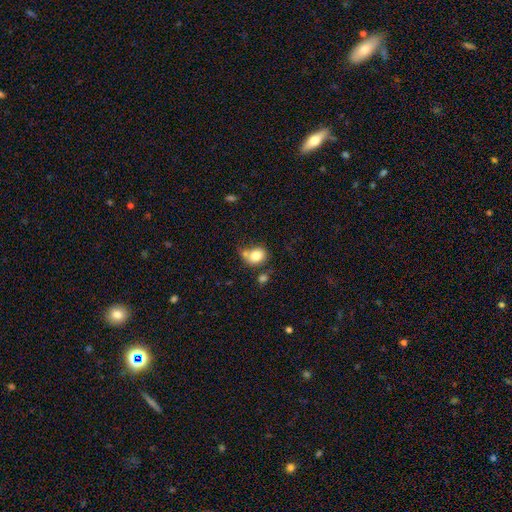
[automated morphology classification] Smooth or featured?
  - smooth: 80% *
  - featured or disk: 10%
  - star or artifact: 10%
How rounded?
  - round: 55% *
  - in between: 44%
  - cigar-shaped: 1%
Merging?
  - none: 48% *
  - merger: 26%
  - minor disturbance: 18%
  - major disturbance: 8%